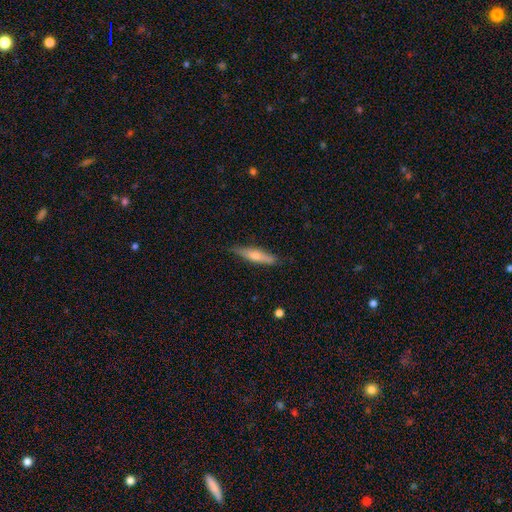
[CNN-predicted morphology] type=smooth (56%); roundness=cigar-shaped (82%); merging=none (81%).